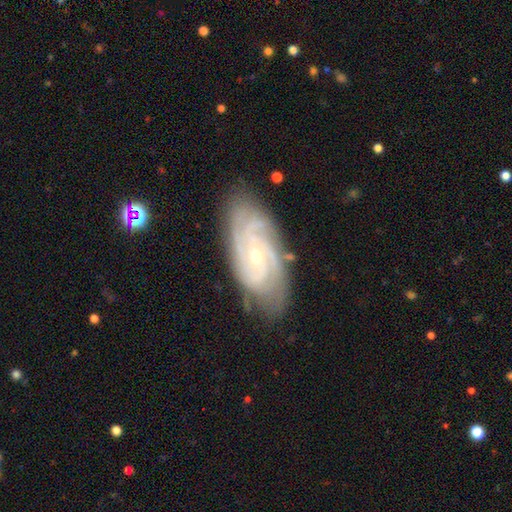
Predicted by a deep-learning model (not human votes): Smooth or featured?
  - featured or disk: 89% *
  - star or artifact: 6%
  - smooth: 6%
Edge-on disk?
  - no: 95% *
  - yes: 5%
Bar?
  - no: 56% *
  - weak: 34%
  - strong: 10%
Spiral arms?
  - yes: 98% *
  - no: 2%
Spiral winding?
  - tight: 69% *
  - medium: 27%
  - loose: 4%
Spiral arm count?
  - 3: 31% *
  - 4: 24%
  - 2: 17%
  - can't tell: 16%
  - more than 4: 7%
  - 1: 5%
Bulge size?
  - small: 74% *
  - moderate: 23%
  - none: 1%
  - large: 1%
  - dominant: 1%
Merging?
  - none: 79% *
  - minor disturbance: 16%
  - major disturbance: 4%
  - merger: 1%